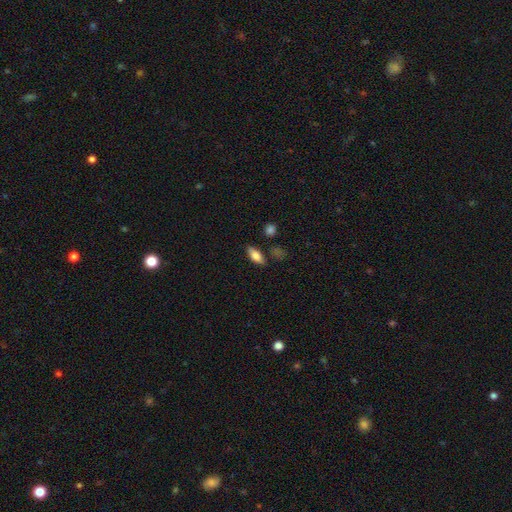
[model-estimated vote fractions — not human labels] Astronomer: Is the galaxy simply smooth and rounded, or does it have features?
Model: smooth — 74%.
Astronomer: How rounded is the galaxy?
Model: in between — 76%.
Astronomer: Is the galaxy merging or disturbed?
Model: none — 79%.